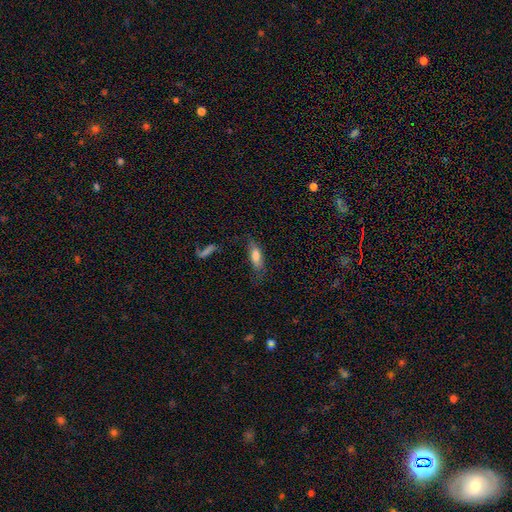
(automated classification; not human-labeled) Smooth or featured? Predicted: smooth (p=0.73). How rounded? Predicted: in between (p=0.58). Merging? Predicted: none (p=0.58).